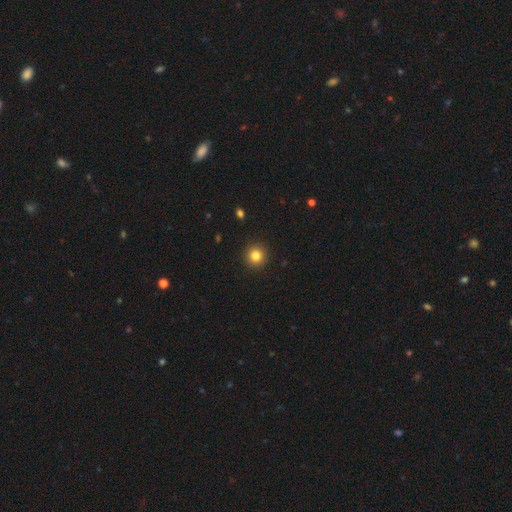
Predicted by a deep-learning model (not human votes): A smooth galaxy with no disk features (83%) that is round (94%). Merging: none (93%).